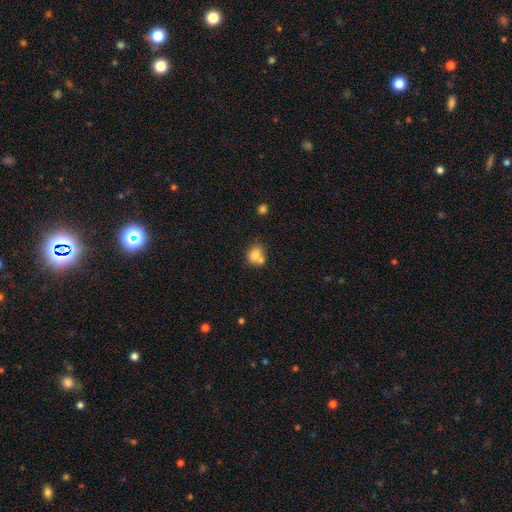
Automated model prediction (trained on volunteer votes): Overall: smooth (77%). How rounded: round (53%; in between 46%). Merging: none (41%; merger 40%).